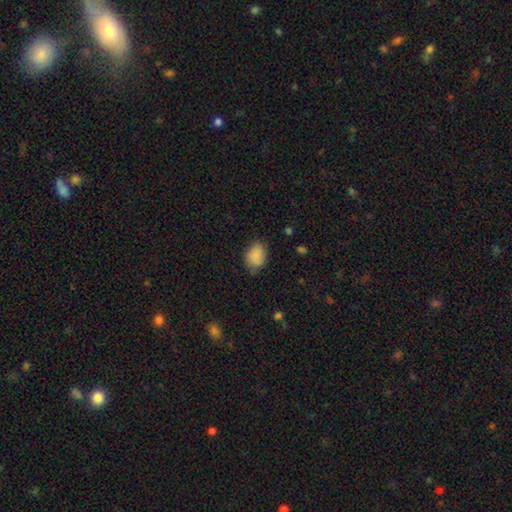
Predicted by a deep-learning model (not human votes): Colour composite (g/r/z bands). It shows a smooth galaxy with no disk features (87%) that is in between round and cigar-shaped (70%). Merging: none (71%).